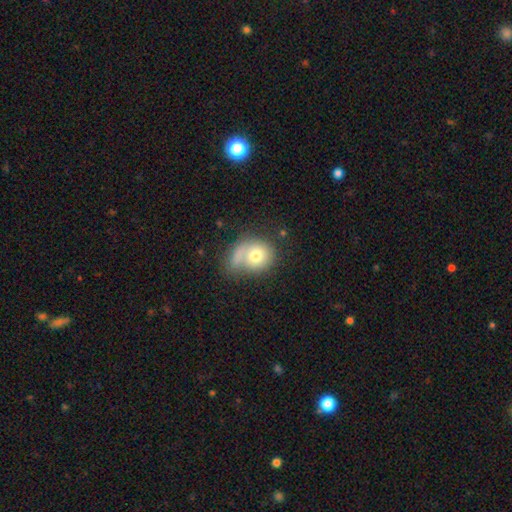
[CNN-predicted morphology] Smooth or featured: smooth — 71% (featured or disk — 20%)
How rounded: round — 65% (in between — 34%)
Merging: none — 32% (merger — 26%)